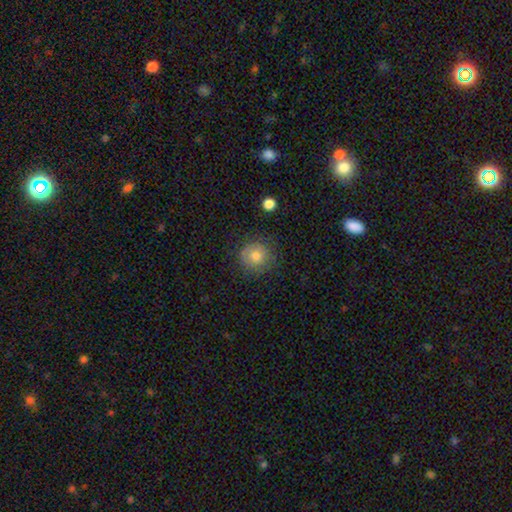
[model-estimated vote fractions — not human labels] Overall: smooth (78%). How rounded: round (91%). Merging: none (80%).